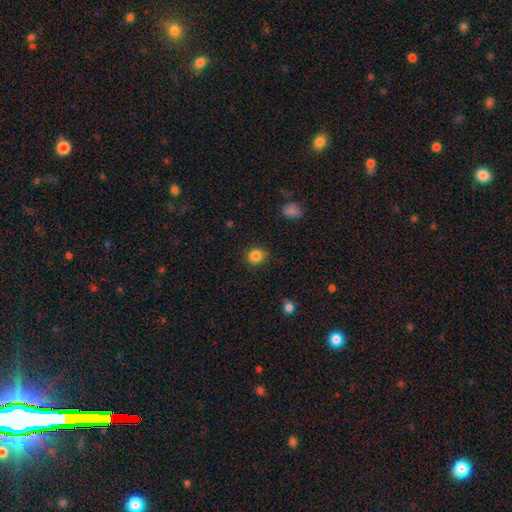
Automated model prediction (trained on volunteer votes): This appears to be a smooth galaxy with no disk features (85%) that is round (83%). Merging: none (85%).